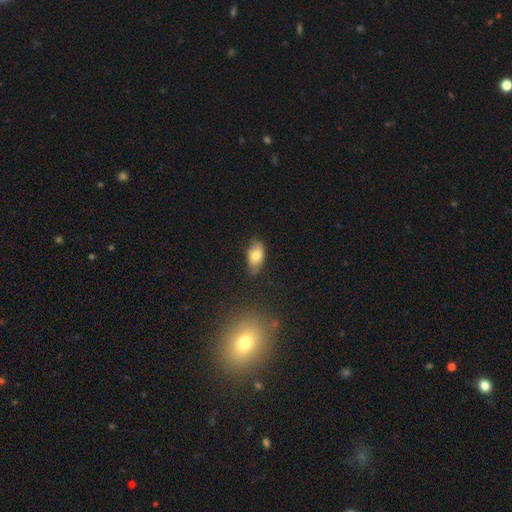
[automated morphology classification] Q: Smooth or featured?
A: smooth (75%); runner-up: featured or disk (17%)
Q: How rounded?
A: in between (91%); runner-up: round (5%)
Q: Merging?
A: none (67%); runner-up: minor disturbance (25%)